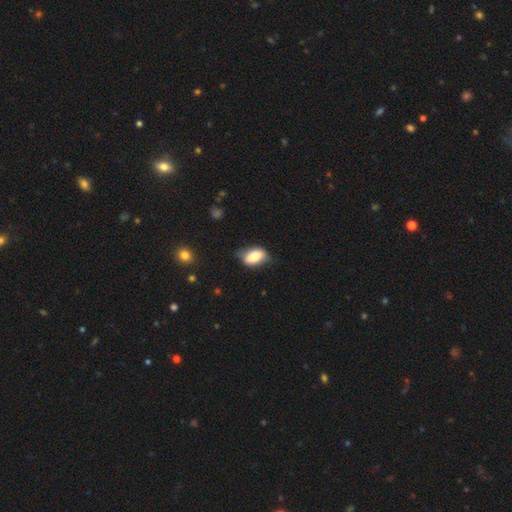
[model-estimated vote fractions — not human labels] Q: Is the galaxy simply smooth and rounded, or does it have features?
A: smooth — 78%.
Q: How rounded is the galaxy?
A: in between — 88%.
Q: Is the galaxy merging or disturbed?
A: none — 56%.